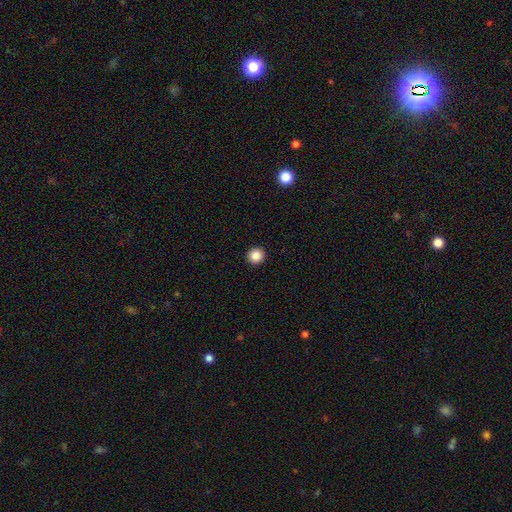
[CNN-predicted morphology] smooth_or_featured: smooth (p=0.86) [alt: star or artifact p=0.10]
how_rounded: round (p=0.94) [alt: in between p=0.05]
merging: none (p=0.94) [alt: minor disturbance p=0.04]